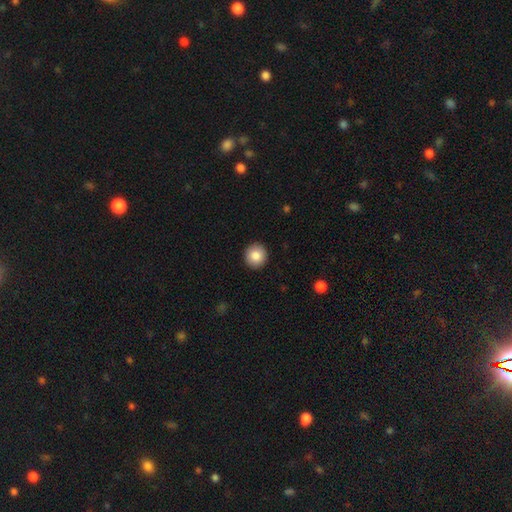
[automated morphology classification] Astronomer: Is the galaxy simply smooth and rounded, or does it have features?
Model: smooth — 85%.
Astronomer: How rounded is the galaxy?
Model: round — 92%.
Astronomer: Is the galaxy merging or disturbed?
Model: none — 92%.